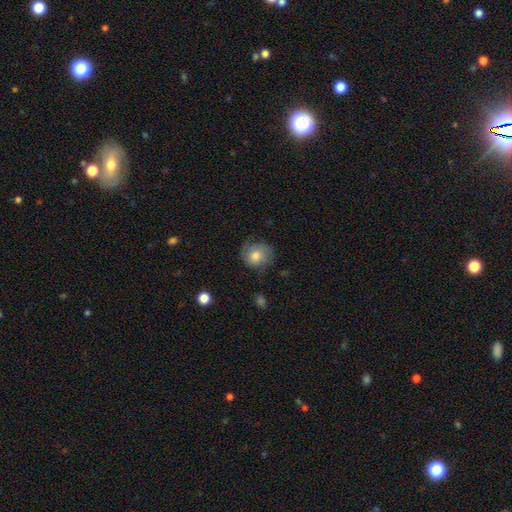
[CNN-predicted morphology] Smooth or featured? smooth (62%)
How rounded? round (83%)
Merging? none (67%)